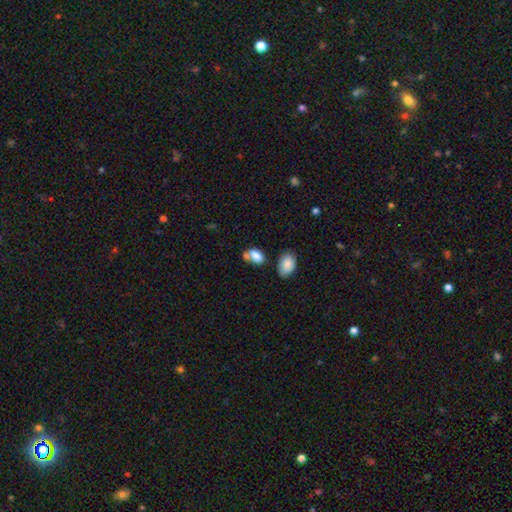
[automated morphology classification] Smooth or featured? smooth (81%)
How rounded? in between (86%)
Merging? none (43%)